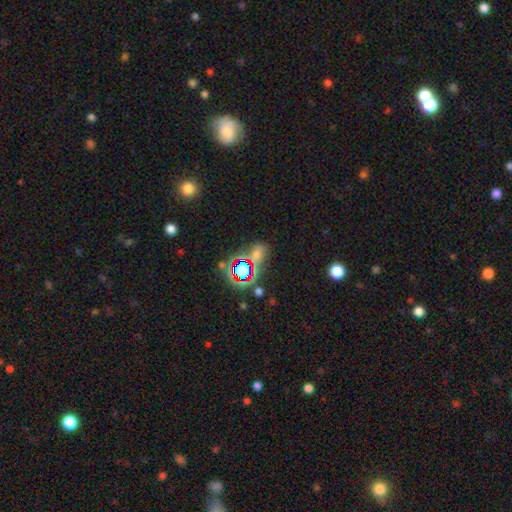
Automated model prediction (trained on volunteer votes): This is likely a star or artifact rather than a galaxy (64%).